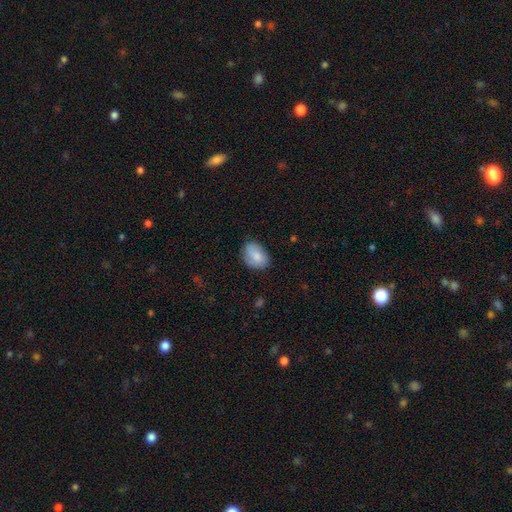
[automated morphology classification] Overall: smooth (79%). How rounded: in between (83%). Merging: none (73%).